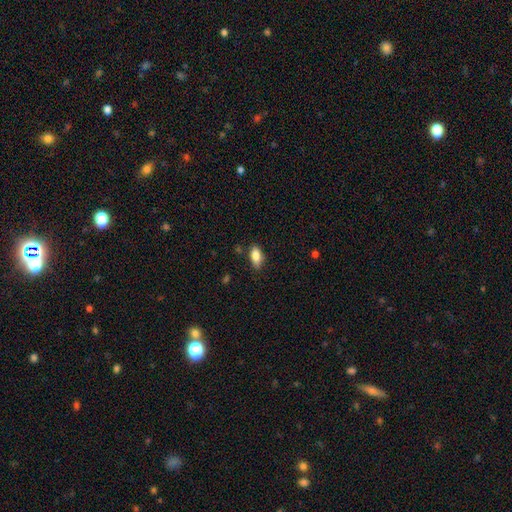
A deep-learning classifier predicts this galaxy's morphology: The model was most divided on "merging": none: 80%, minor disturbance: 15%, major disturbance: 3%, merger: 2%. More confident: how rounded — in between (87%); smooth or featured — smooth (82%).